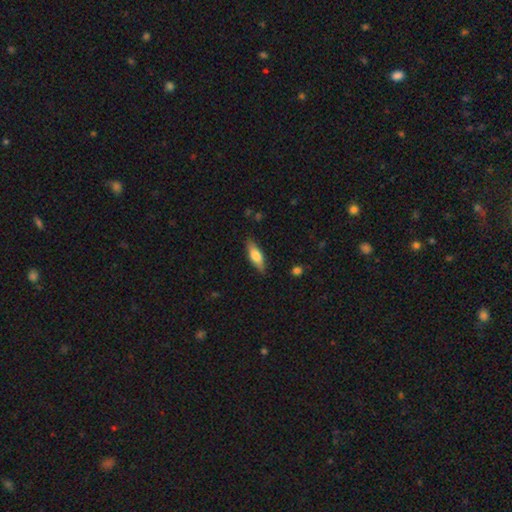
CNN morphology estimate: Smooth or featured: smooth — 63% (featured or disk — 31%)
How rounded: in between — 55% (cigar-shaped — 43%)
Merging: none — 85% (minor disturbance — 11%)